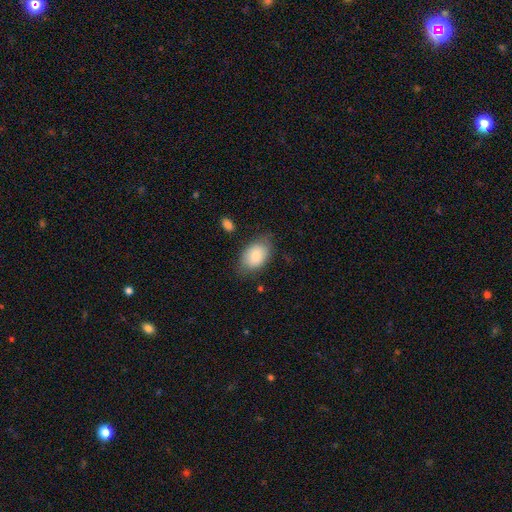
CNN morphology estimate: smooth-or-featured: smooth: 80% | featured or disk: 13% | star or artifact: 7%
  how-rounded: in between: 84% | round: 15% | cigar-shaped: 1%
  merging: none: 71% | minor disturbance: 21% | major disturbance: 6% | merger: 2%